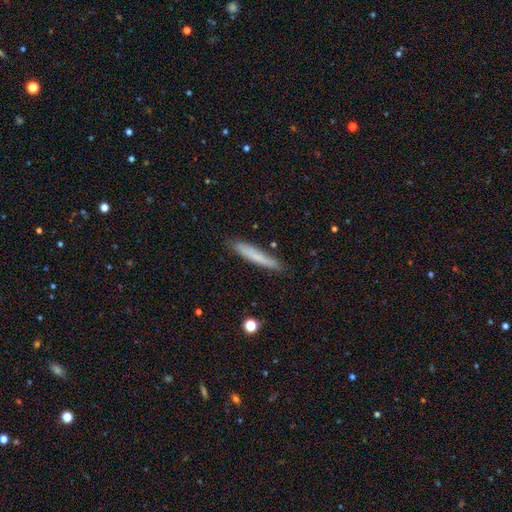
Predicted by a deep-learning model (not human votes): smooth_or_featured: smooth (p=0.71) [alt: featured or disk p=0.22]
how_rounded: cigar-shaped (p=0.94) [alt: in between p=0.05]
merging: none (p=0.85) [alt: minor disturbance p=0.11]